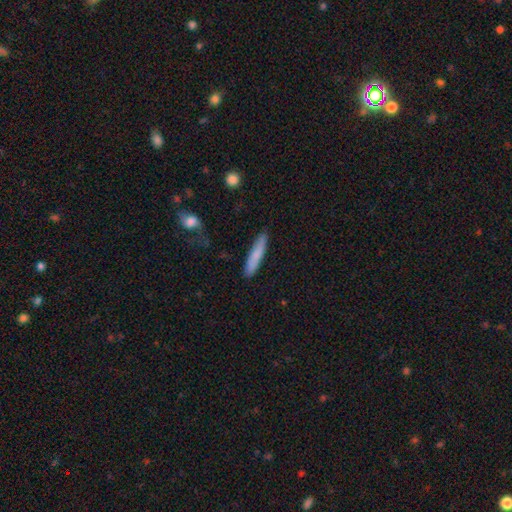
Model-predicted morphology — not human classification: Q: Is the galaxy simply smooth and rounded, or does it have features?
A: smooth — 78%.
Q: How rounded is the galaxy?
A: cigar-shaped — 90%.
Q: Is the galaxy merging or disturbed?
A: none — 86%.